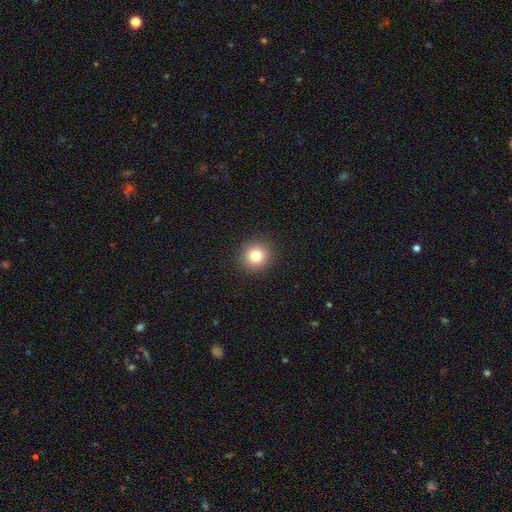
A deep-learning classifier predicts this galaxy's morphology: smooth-or-featured: smooth: 81% | star or artifact: 12% | featured or disk: 7%
  how-rounded: round: 93% | in between: 6% | cigar-shaped: 1%
  merging: none: 92% | minor disturbance: 5% | major disturbance: 2% | merger: 1%